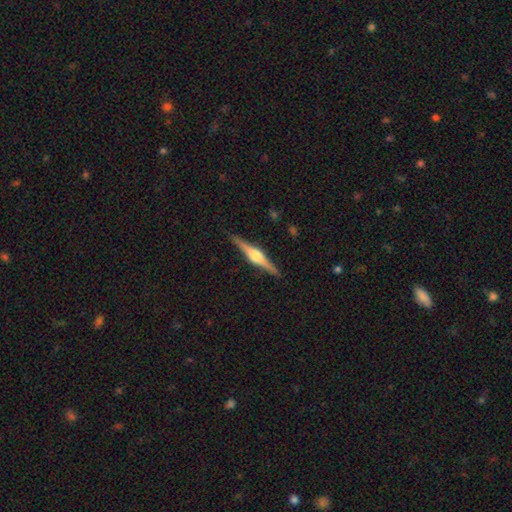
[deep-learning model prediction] Smooth or featured? featured or disk (81%)
Edge-on disk? yes (98%)
Edge-on bulge? rounded (91%)
Merging? none (90%)